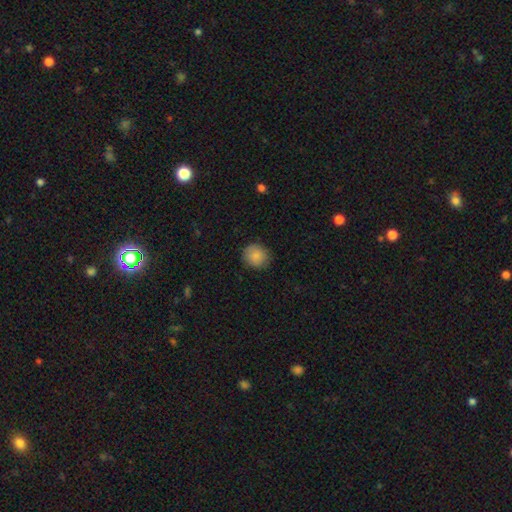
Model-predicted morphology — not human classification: Overall: smooth (87%). How rounded: round (87%). Merging: none (86%).